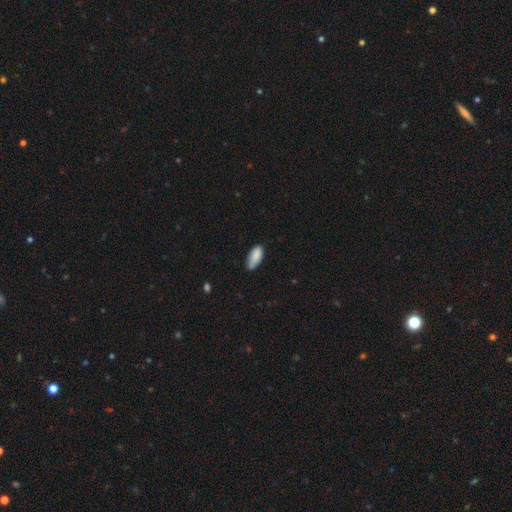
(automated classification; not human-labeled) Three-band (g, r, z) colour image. It shows a smooth galaxy with no disk features (86%) that is in between round and cigar-shaped (86%). Merging: none (57%).